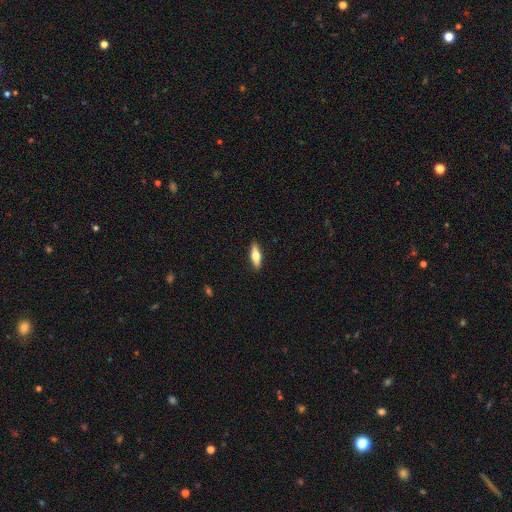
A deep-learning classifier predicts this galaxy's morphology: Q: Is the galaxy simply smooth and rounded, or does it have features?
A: smooth — 52%.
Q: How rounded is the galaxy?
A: cigar-shaped — 50%.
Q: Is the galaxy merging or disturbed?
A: none — 90%.